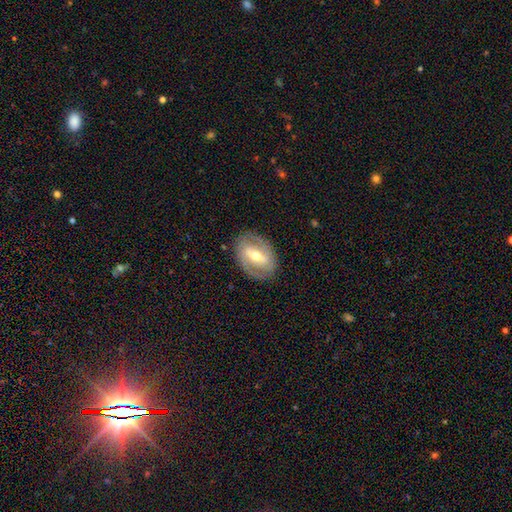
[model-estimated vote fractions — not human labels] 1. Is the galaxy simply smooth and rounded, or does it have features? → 76% featured or disk, 19% smooth, 5% star or artifact.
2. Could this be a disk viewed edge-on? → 93% no, 7% yes.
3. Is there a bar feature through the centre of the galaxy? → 54% strong, 33% weak, 13% no.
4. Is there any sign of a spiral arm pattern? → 72% yes, 28% no.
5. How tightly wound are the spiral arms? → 45% tight, 40% medium, 15% loose.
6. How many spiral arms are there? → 81% 2, 12% can't tell, 3% 1, 2% 3, 1% 4, 1% more than 4.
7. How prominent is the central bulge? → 65% moderate, 29% small, 5% large, 1% none, 1% dominant.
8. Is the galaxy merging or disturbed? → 83% none, 12% minor disturbance, 4% major disturbance, 1% merger.